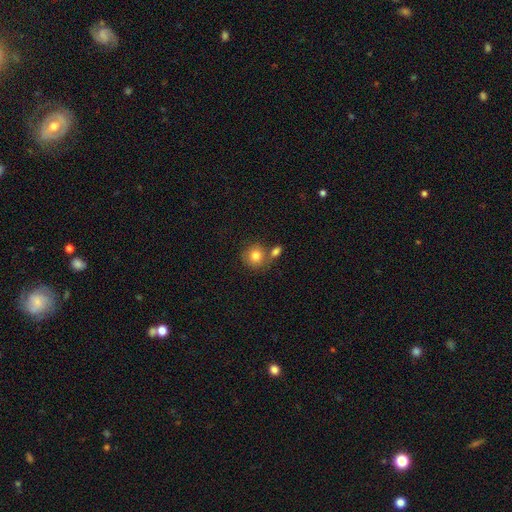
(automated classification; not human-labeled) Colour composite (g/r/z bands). It shows a smooth galaxy with no disk features (81%) that is round (85%). Merging: none (58%).